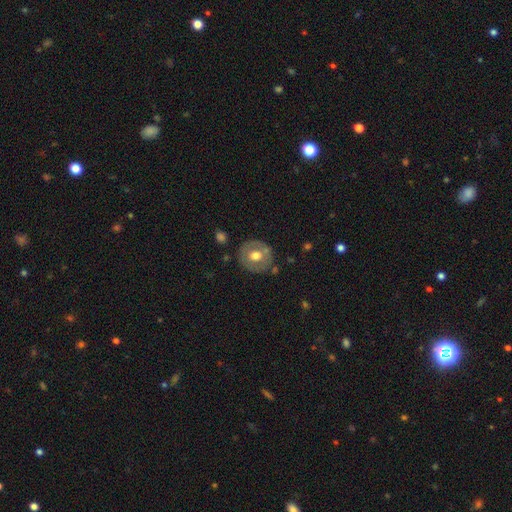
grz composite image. It shows a smooth galaxy with no disk features (55%) that is round (100%). Merging: none (85%).